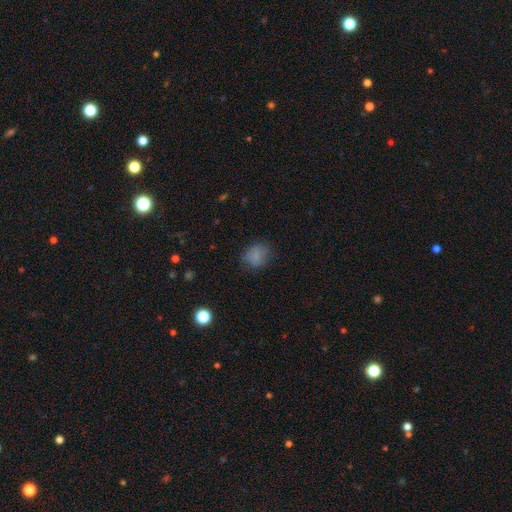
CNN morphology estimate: Smooth or featured?
  - smooth: 77% *
  - featured or disk: 12%
  - star or artifact: 11%
How rounded?
  - round: 67% *
  - in between: 32%
  - cigar-shaped: 1%
Merging?
  - none: 67% *
  - minor disturbance: 23%
  - major disturbance: 9%
  - merger: 1%